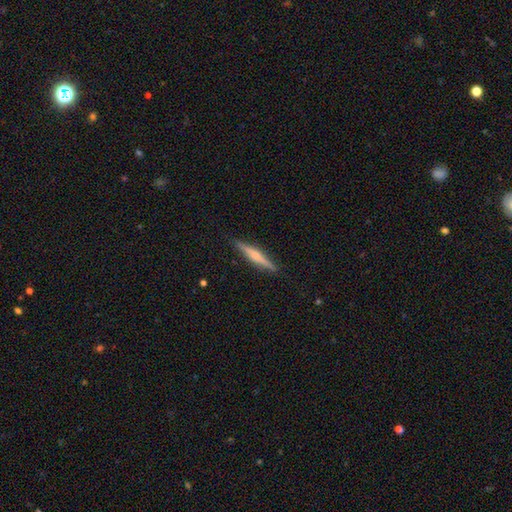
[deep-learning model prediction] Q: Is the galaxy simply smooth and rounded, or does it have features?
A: featured or disk — 58%.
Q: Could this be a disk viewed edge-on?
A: yes — 98%.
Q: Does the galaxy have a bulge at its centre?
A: rounded — 68%.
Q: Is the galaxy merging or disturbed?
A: none — 90%.